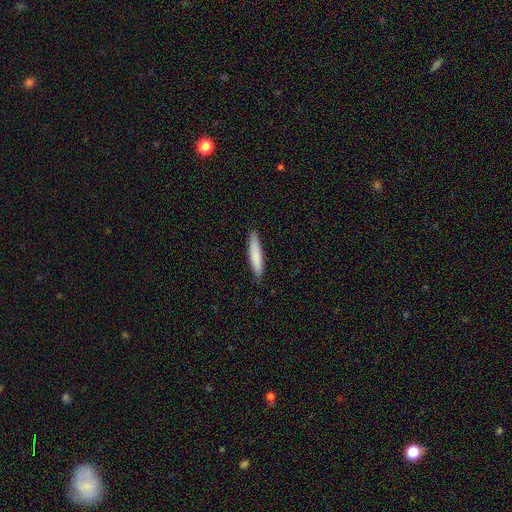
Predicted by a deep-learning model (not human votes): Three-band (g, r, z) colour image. It shows a smooth galaxy with no disk features (83%) that is cigar-shaped (88%). Merging: none (88%).